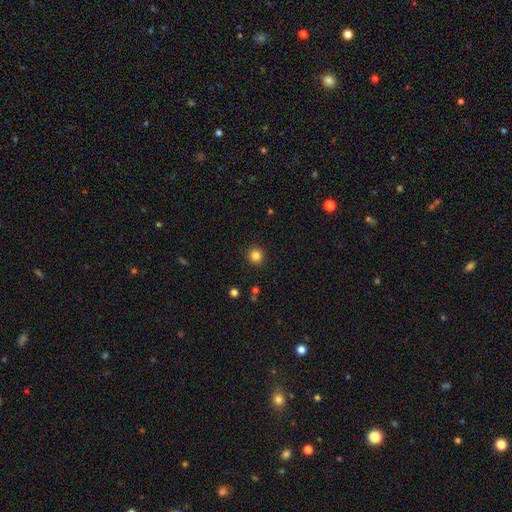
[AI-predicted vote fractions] Overall: smooth (83%). How rounded: round (93%). Merging: none (92%).